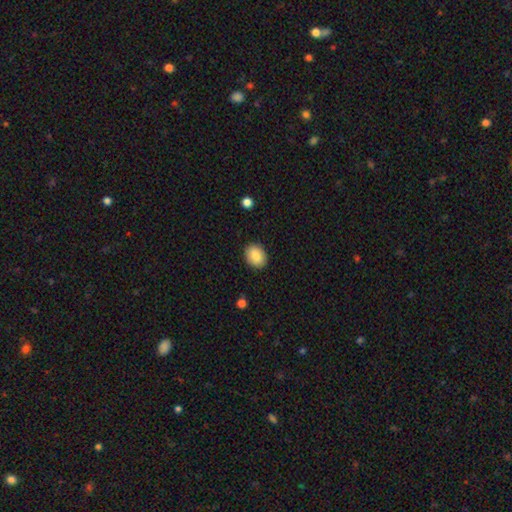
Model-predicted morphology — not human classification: smooth-or-featured: smooth: 85% | featured or disk: 8% | star or artifact: 7%
  how-rounded: in between: 61% | round: 38% | cigar-shaped: 1%
  merging: none: 89% | minor disturbance: 8% | major disturbance: 2% | merger: 1%